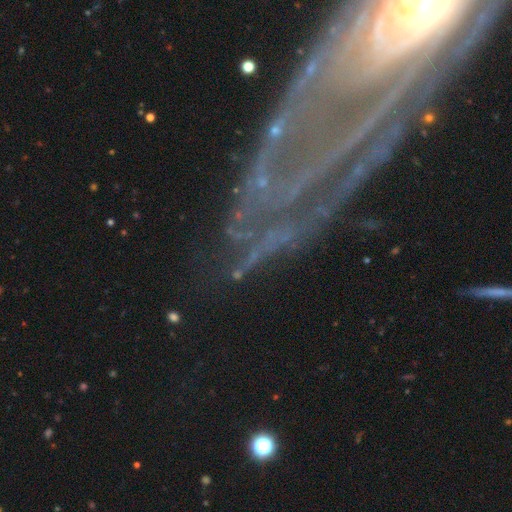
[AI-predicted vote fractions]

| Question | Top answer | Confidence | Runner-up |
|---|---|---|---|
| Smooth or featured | featured or disk | 62% | star or artifact (24%) |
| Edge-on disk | no | 80% | yes (20%) |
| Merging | none | 73% | minor disturbance (13%) |